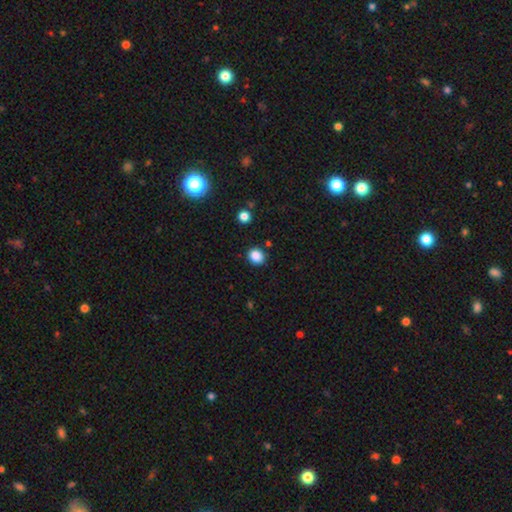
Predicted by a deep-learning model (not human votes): Morphology: type=smooth (86%); roundness=round (75%); merging=none (87%).